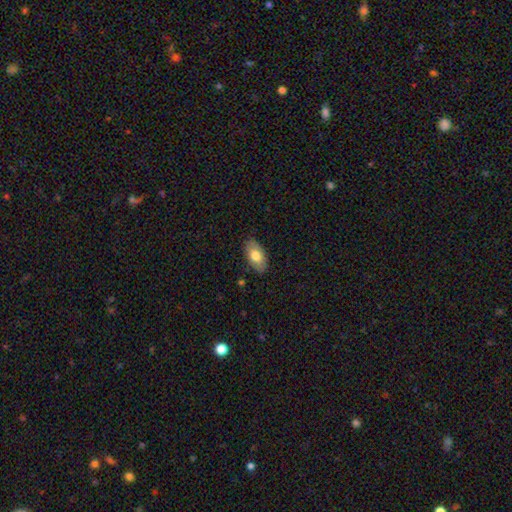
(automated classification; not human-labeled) smooth 74%, featured or disk 20%, star or artifact 6%. Down the decision tree: how rounded — in between (94%); merging — none (85%).